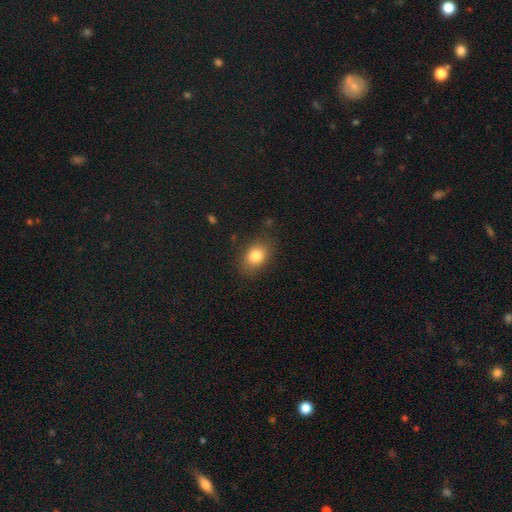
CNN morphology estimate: Smooth or featured? Predicted: smooth (p=0.81). How rounded? Predicted: in between (p=0.65). Merging? Predicted: none (p=0.82).